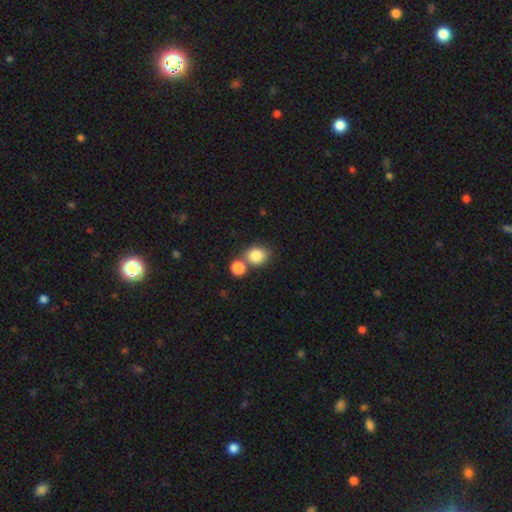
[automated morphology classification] Q: Smooth or featured?
A: smooth (84%); runner-up: star or artifact (9%)
Q: How rounded?
A: round (63%); runner-up: in between (36%)
Q: Merging?
A: none (54%); runner-up: merger (33%)